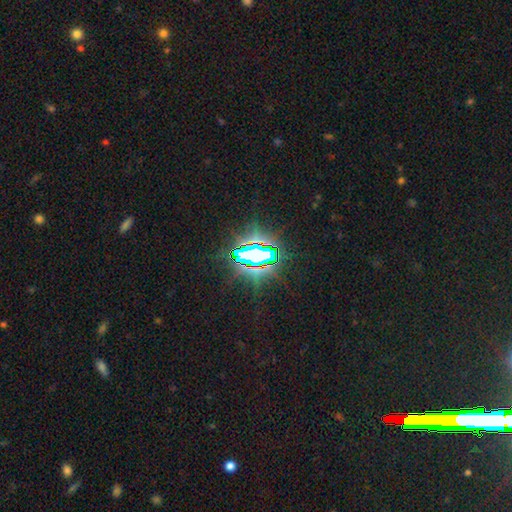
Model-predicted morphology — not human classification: A star or artifact, not a galaxy (78%).